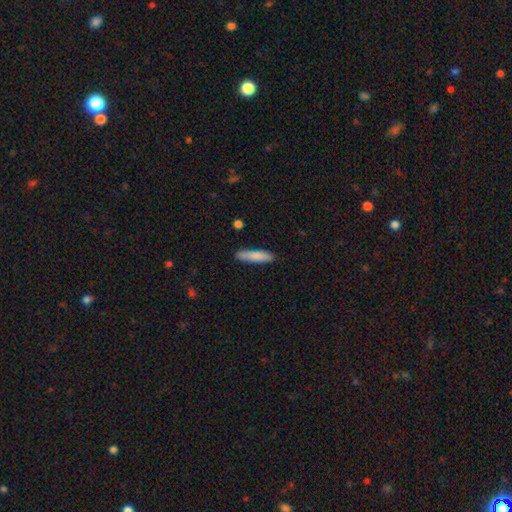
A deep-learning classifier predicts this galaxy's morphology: Smooth or featured?
  - smooth: 83% *
  - featured or disk: 11%
  - star or artifact: 6%
How rounded?
  - cigar-shaped: 84% *
  - in between: 15%
  - round: 1%
Merging?
  - none: 82% *
  - minor disturbance: 14%
  - major disturbance: 2%
  - merger: 2%